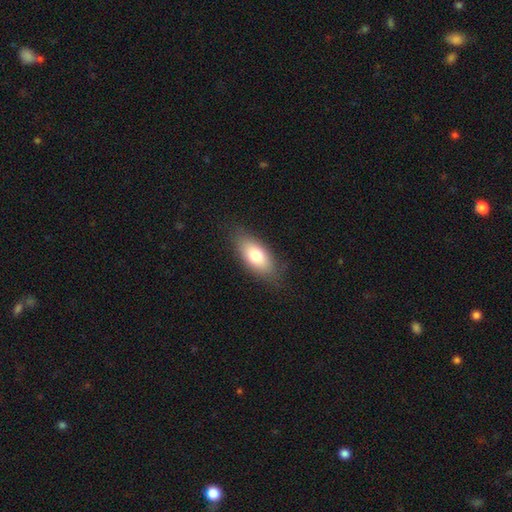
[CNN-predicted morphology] This appears to be a smooth galaxy with no disk features (75%) that is in between round and cigar-shaped (87%). Merging: none (82%).